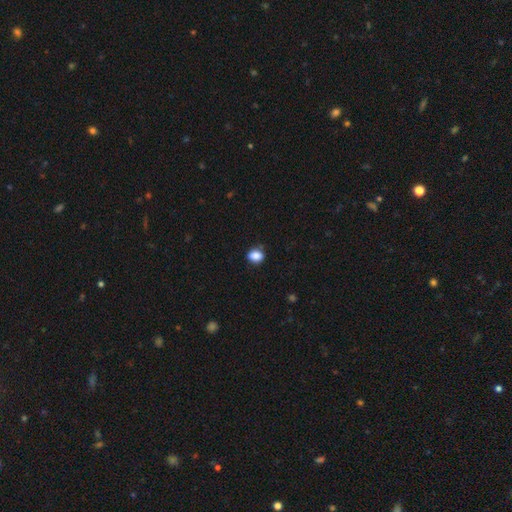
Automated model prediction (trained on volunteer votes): This is clearly a smooth galaxy (87%). How rounded: possibly in between (56%). Merging: likely none (77%).